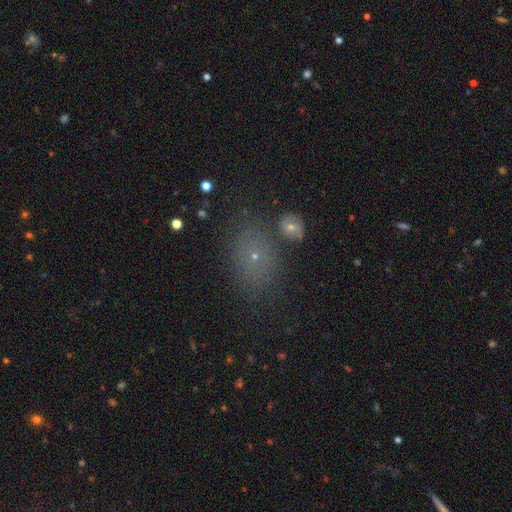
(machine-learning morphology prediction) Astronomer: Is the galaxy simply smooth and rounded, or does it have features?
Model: smooth — 55% (runner-up: star or artifact, 30%).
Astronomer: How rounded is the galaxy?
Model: in between — 66%.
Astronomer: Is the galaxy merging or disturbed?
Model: none — 72%.